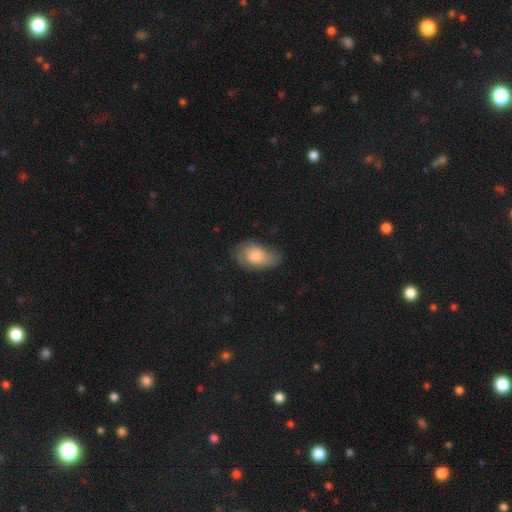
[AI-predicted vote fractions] Q: Smooth or featured?
A: smooth (58%); runner-up: featured or disk (35%)
Q: How rounded?
A: in between (86%); runner-up: round (12%)
Q: Merging?
A: none (44%); runner-up: minor disturbance (35%)